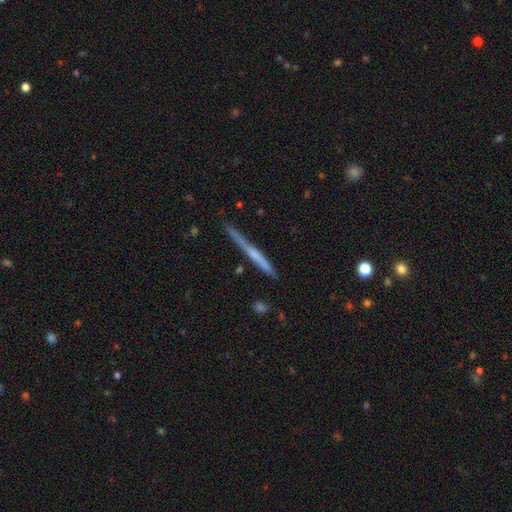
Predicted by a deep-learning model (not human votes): This appears to be a featured or disk galaxy (53%) viewed edge-on (96%) with no central bulge (70%). Merging: none (76%).